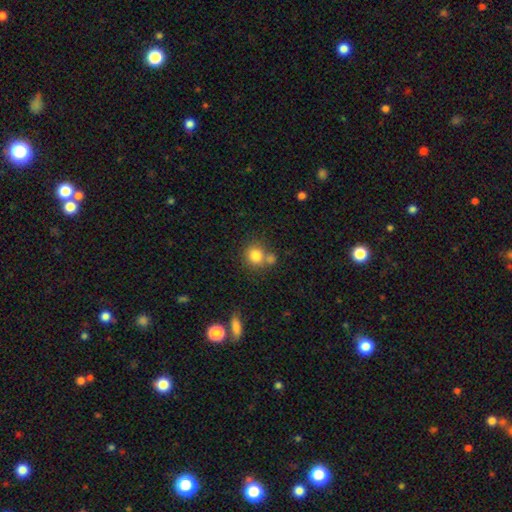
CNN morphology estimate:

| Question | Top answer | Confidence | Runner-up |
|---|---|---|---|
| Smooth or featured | smooth | 81% | star or artifact (11%) |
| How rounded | round | 85% | in between (14%) |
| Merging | none | 58% | merger (27%) |